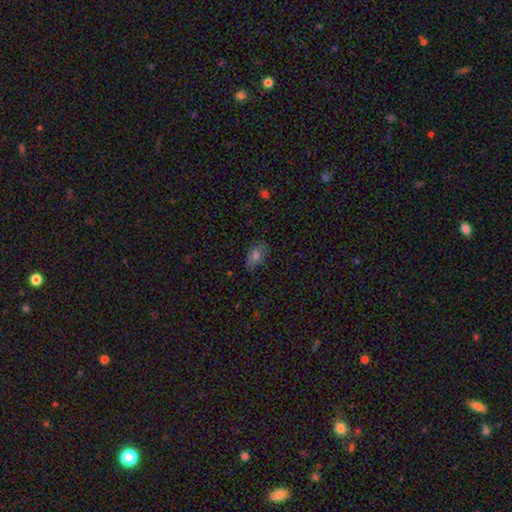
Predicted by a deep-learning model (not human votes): A smooth galaxy with no disk features (73%) that is in between round and cigar-shaped (86%).

Vote fractions:
- Smooth or featured? smooth: 73% / star or artifact: 14% / featured or disk: 14%
- How rounded? in between: 86% / round: 10% / cigar-shaped: 3%
- Merging? none: 80% / minor disturbance: 16% / major disturbance: 3% / merger: 1%